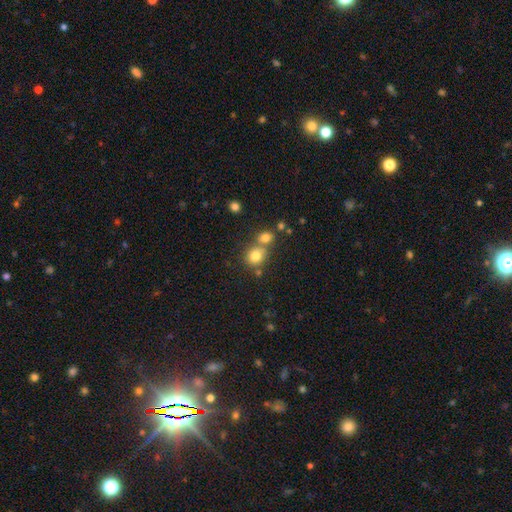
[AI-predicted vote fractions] A smooth galaxy with no disk features (78%) that is round (79%).

Vote fractions:
- Smooth or featured? smooth: 78% / star or artifact: 12% / featured or disk: 9%
- How rounded? round: 79% / in between: 20% / cigar-shaped: 1%
- Merging? none: 53% / merger: 34% / minor disturbance: 9% / major disturbance: 3%